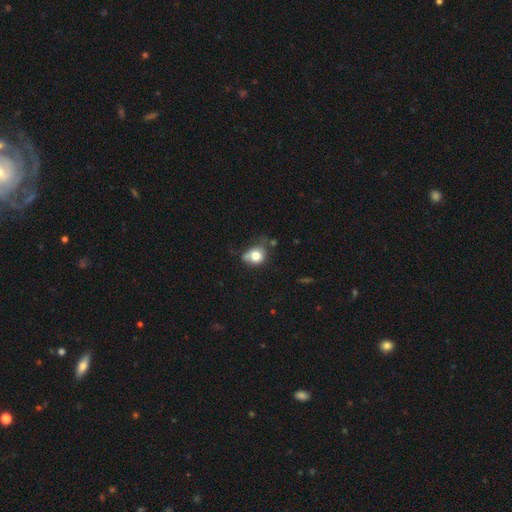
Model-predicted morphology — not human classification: type=smooth (75%); roundness=round (59%); merging=none (39%).